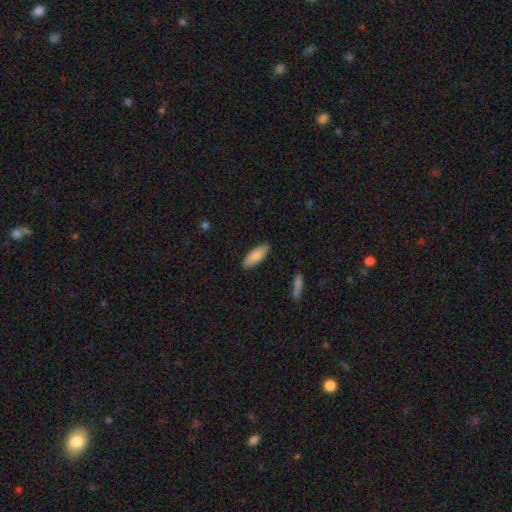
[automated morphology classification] Smooth or featured? smooth (85%)
How rounded? in between (65%)
Merging? none (88%)